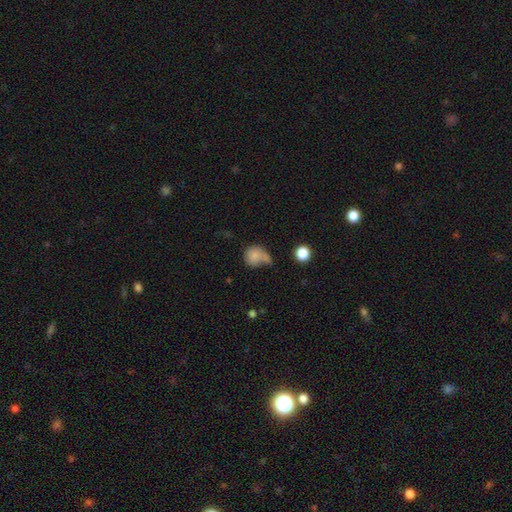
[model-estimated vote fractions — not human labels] Q: Smooth or featured?
A: smooth (75%); runner-up: featured or disk (15%)
Q: How rounded?
A: round (72%); runner-up: in between (27%)
Q: Merging?
A: none (33%); runner-up: minor disturbance (26%)